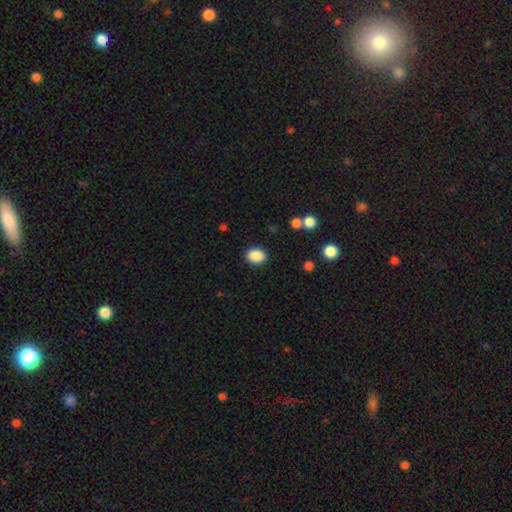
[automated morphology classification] Smooth or featured: smooth — 88% (star or artifact — 9%)
How rounded: in between — 57% (round — 42%)
Merging: none — 89% (minor disturbance — 7%)